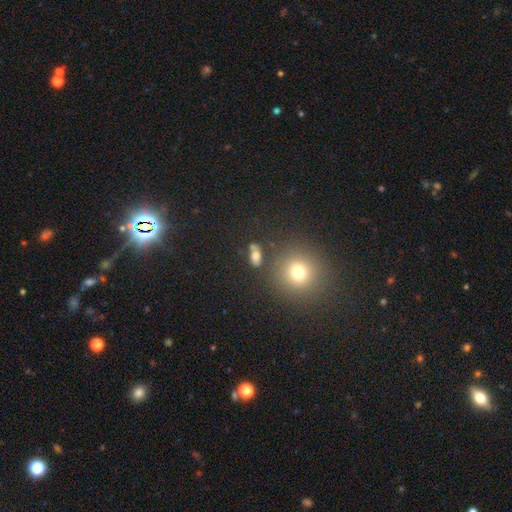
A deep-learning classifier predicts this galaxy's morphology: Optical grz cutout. It shows a smooth galaxy with no disk features (72%) that is in between round and cigar-shaped (74%). Merging: none (68%).